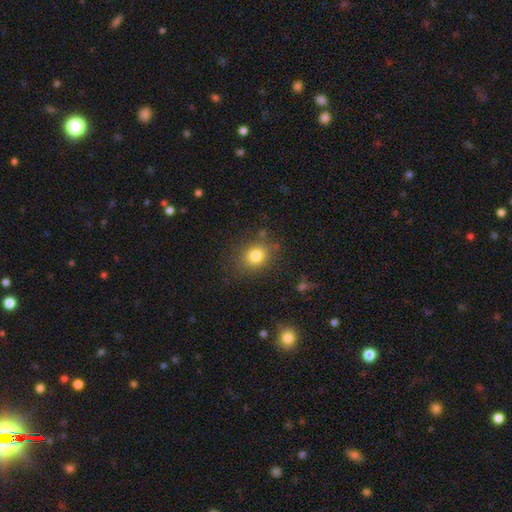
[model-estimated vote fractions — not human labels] Q: Smooth or featured?
A: smooth (80%); runner-up: star or artifact (12%)
Q: How rounded?
A: round (67%); runner-up: in between (32%)
Q: Merging?
A: none (81%); runner-up: minor disturbance (12%)